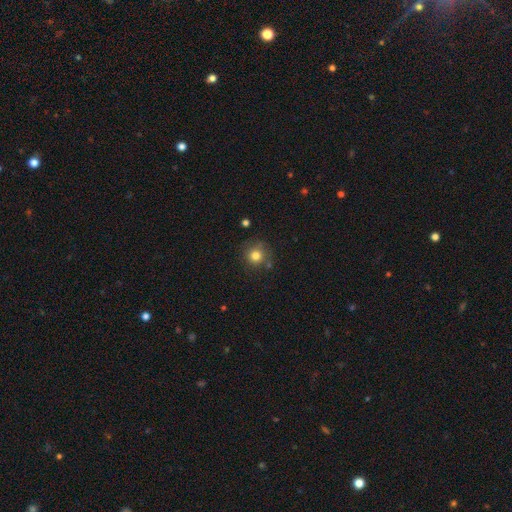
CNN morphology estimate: Smooth or featured?
  - smooth: 79% *
  - star or artifact: 12%
  - featured or disk: 9%
How rounded?
  - round: 93% *
  - in between: 6%
  - cigar-shaped: 1%
Merging?
  - none: 78% *
  - minor disturbance: 14%
  - merger: 4%
  - major disturbance: 4%